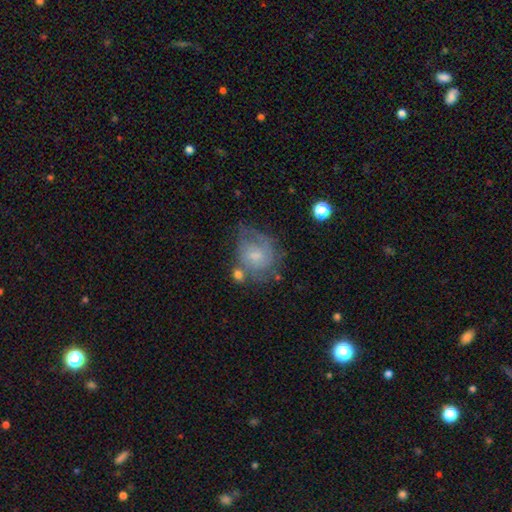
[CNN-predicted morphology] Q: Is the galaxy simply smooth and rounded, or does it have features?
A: featured or disk — 54%.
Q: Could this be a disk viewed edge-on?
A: no — 97%.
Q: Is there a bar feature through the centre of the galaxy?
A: no — 63%.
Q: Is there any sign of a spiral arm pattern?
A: yes — 76%.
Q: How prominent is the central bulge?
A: small — 53%.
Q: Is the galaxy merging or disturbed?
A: none — 45%.